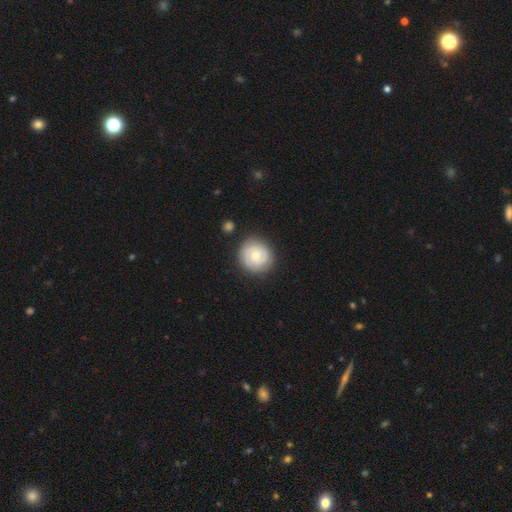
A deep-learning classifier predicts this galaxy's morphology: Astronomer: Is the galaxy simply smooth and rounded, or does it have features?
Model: smooth — 48% (runner-up: featured or disk, 45%).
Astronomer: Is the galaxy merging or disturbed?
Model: none — 84%.